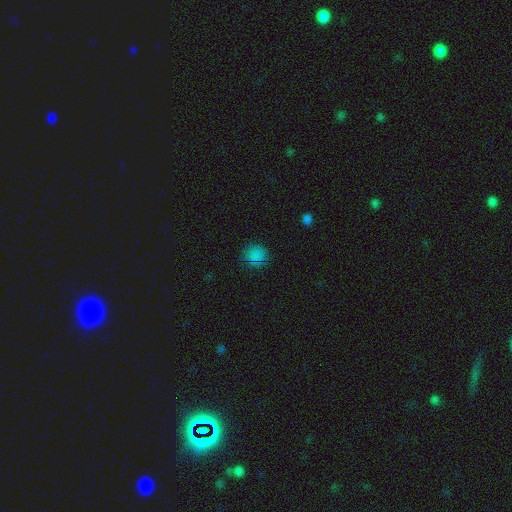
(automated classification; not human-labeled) A smooth galaxy with no disk features (79%) that is round (87%).

Vote fractions:
- Smooth or featured? smooth: 79% / star or artifact: 16% / featured or disk: 5%
- How rounded? round: 87% / in between: 12% / cigar-shaped: 1%
- Merging? none: 82% / minor disturbance: 13% / major disturbance: 4% / merger: 1%